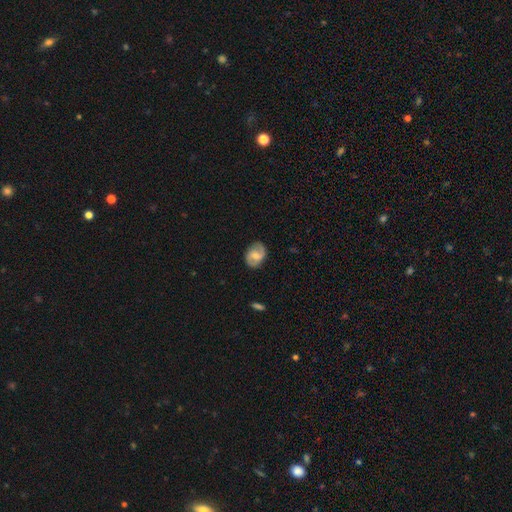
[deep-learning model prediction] smooth-or-featured: featured or disk: 66% | smooth: 28% | star or artifact: 6%
  disk-edge-on: no: 97% | yes: 3%
    bar: weak: 51% | no: 35% | strong: 14%
    has-spiral-arms: yes: 90% | no: 10%
      spiral-winding: medium: 47% | loose: 29% | tight: 24%
      spiral-arm-count: 2: 88% | can't tell: 6% | 1: 3% | 3: 1% | 4: 1% | more than 4: 1%
    bulge-size: moderate: 53% | small: 38% | none: 5% | large: 3% | dominant: 1%
  merging: none: 82% | minor disturbance: 14% | major disturbance: 3% | merger: 1%